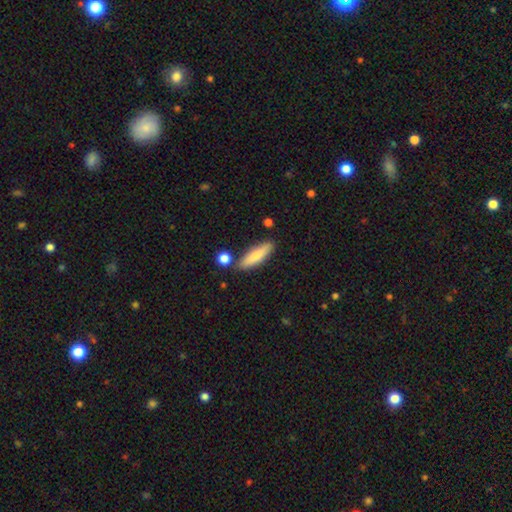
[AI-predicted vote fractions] This appears to be a smooth galaxy with no disk features (75%) that is cigar-shaped (65%). Merging: none (80%).